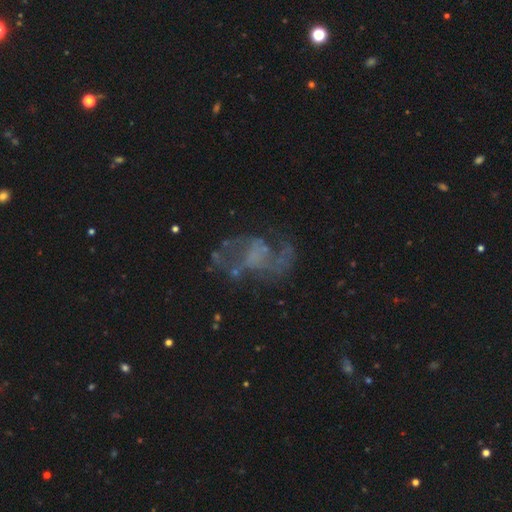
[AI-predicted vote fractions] Morphology: type=featured or disk (74%); edge-on=no (98%); bar=no (57%); spiral arms=yes (75%); winding=loose (50%); arm count=2 (72%); bulge=none (67%); merging=none (55%).